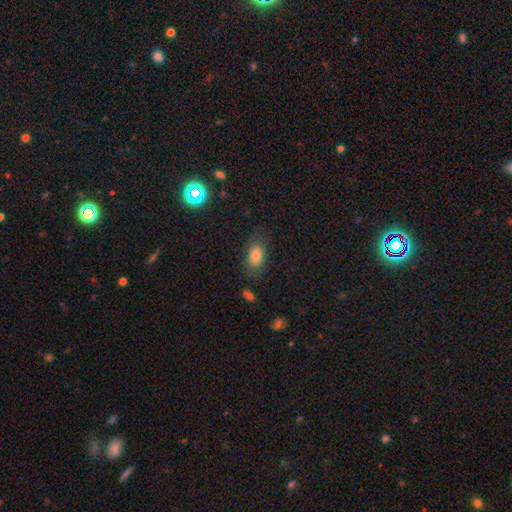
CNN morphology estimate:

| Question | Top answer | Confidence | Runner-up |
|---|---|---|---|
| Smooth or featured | smooth | 80% | featured or disk (11%) |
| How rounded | in between | 89% | round (8%) |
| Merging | none | 72% | minor disturbance (18%) |